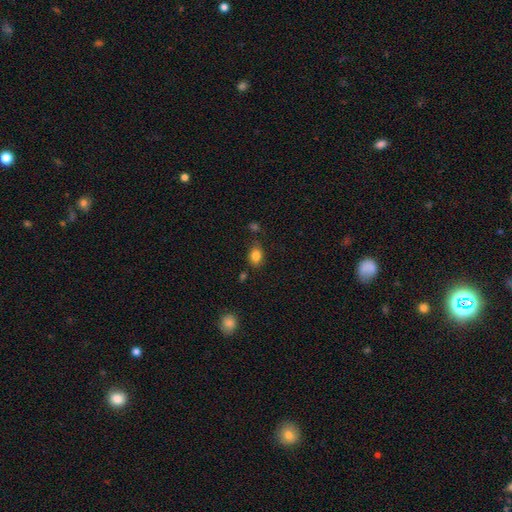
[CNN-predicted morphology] type=smooth (83%); roundness=in between (73%); merging=none (75%).